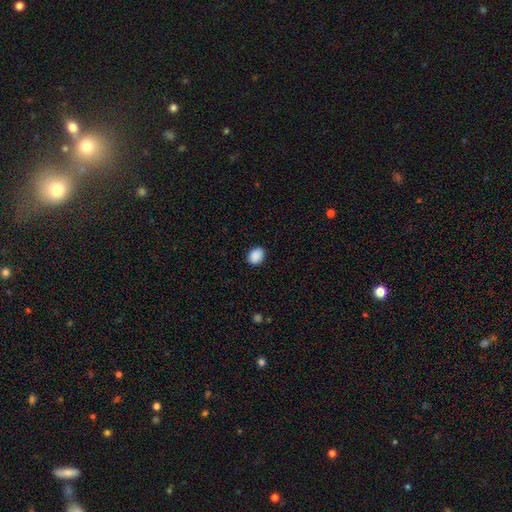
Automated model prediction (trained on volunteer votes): smooth_or_featured: smooth (p=0.90) [alt: star or artifact p=0.08]
how_rounded: in between (p=0.57) [alt: round p=0.42]
merging: none (p=0.88) [alt: minor disturbance p=0.09]